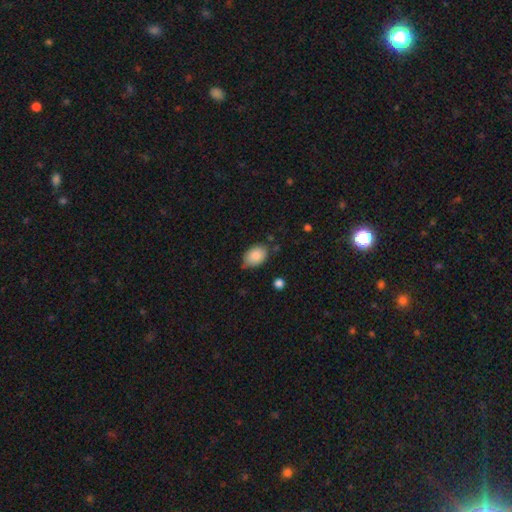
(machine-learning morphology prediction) type=smooth (88%); roundness=in between (84%); merging=none (68%).